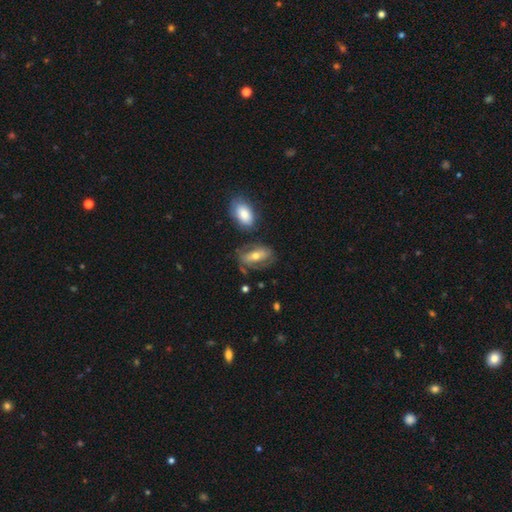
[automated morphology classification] Smooth or featured? featured or disk (50%)
Merging? none (60%)